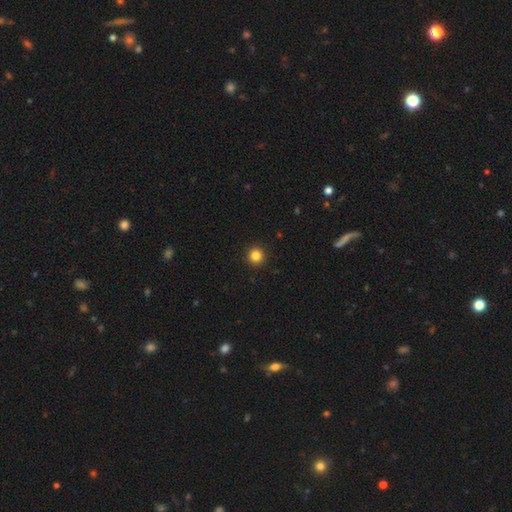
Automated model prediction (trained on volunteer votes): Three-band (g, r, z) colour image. It shows a smooth galaxy with no disk features (83%) that is round (96%). Merging: none (94%).